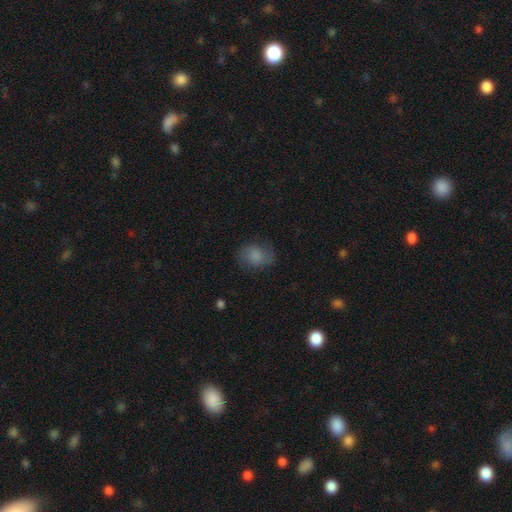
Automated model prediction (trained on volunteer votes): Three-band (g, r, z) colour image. It shows a smooth galaxy with no disk features (76%) that is round (50%). Merging: none (70%).